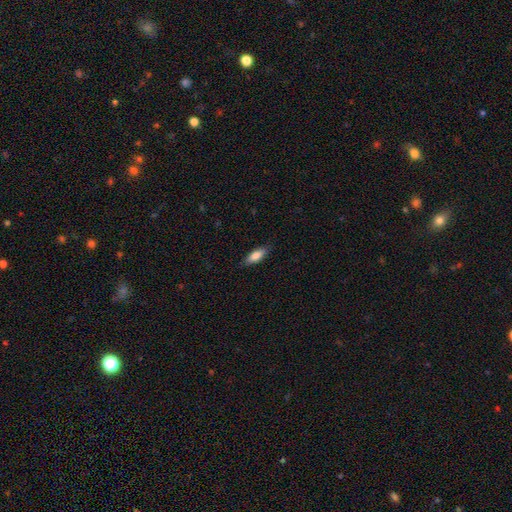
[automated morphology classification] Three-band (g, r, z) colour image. It shows a smooth galaxy with no disk features (83%) that is in between round and cigar-shaped (72%). Merging: none (85%).